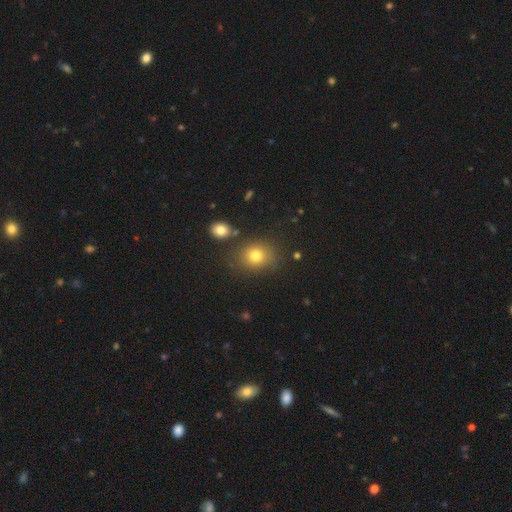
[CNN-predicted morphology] This is likely a smooth galaxy (78%). How rounded: likely round (67%). Merging: likely none (80%).